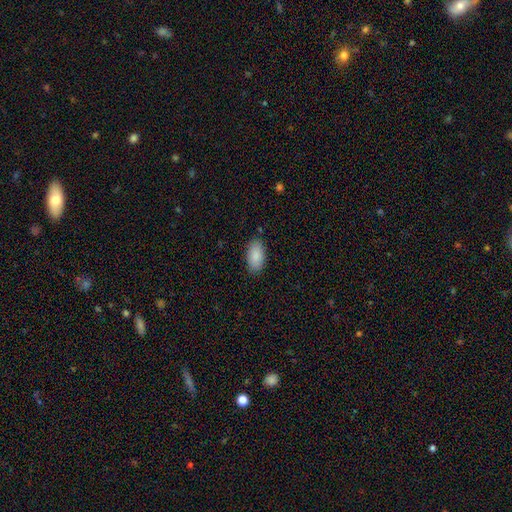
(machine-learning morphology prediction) A smooth galaxy with no disk features (88%) that is in between round and cigar-shaped (94%). Merging: none (86%).